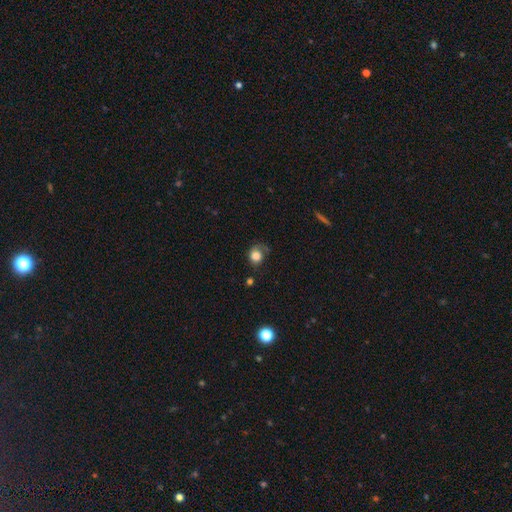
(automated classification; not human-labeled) This appears to be a smooth galaxy with no disk features (76%) that is round (70%). Merging: none (43%).